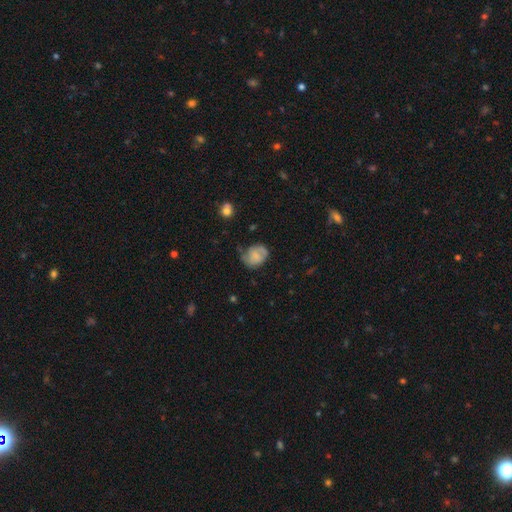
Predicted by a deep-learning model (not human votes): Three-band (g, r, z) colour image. It shows a smooth galaxy with no disk features (57%) that is round (50%). Merging: none (46%).